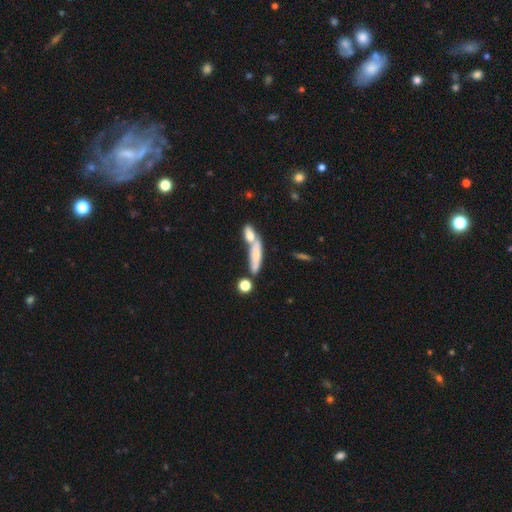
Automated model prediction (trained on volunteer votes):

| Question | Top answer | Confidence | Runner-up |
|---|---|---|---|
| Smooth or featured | smooth | 64% | featured or disk (28%) |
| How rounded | cigar-shaped | 63% | in between (32%) |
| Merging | merger | 43% | none (39%) |